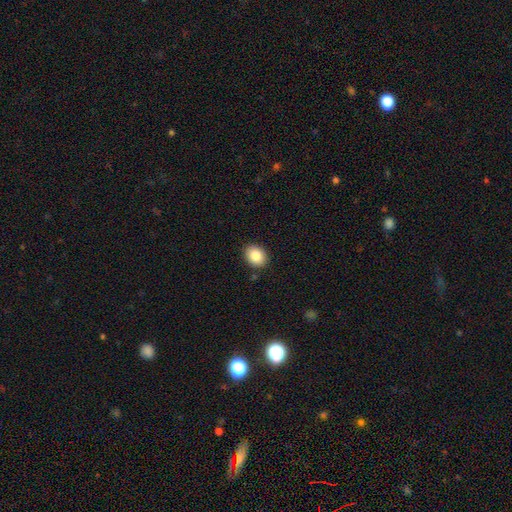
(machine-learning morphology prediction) The model was most divided on "how rounded" (2-way tie): round: 50%, in between: 50%, cigar-shaped: 1%. More confident: merging — none (89%); smooth or featured — smooth (86%).